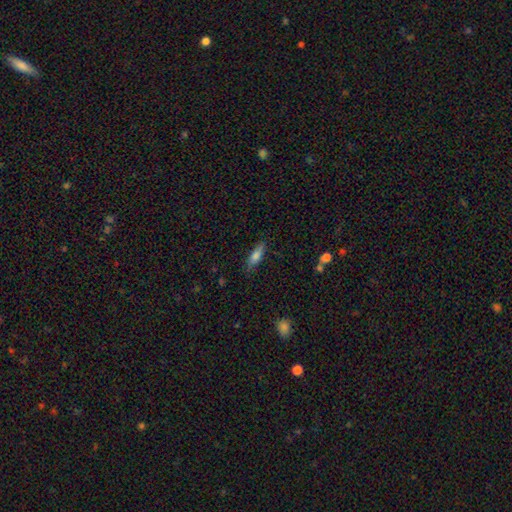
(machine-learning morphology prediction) smooth 74%, featured or disk 19%, star or artifact 7%. Down the decision tree: how rounded — in between (50%); merging — none (77%).